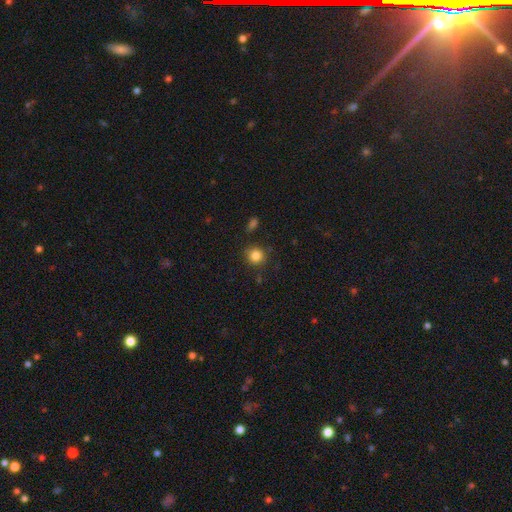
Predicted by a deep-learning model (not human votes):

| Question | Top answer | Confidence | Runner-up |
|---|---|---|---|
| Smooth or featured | smooth | 84% | star or artifact (11%) |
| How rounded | round | 92% | in between (7%) |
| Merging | none | 85% | minor disturbance (9%) |